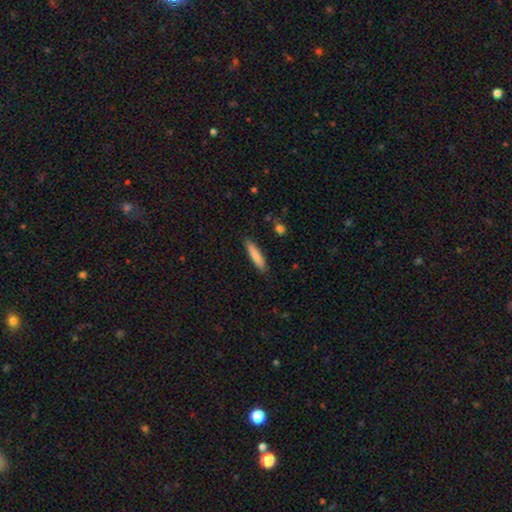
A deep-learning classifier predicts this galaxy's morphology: Smooth or featured?
  - smooth: 82% *
  - featured or disk: 12%
  - star or artifact: 6%
How rounded?
  - cigar-shaped: 87% *
  - in between: 12%
  - round: 1%
Merging?
  - none: 89% *
  - minor disturbance: 8%
  - major disturbance: 2%
  - merger: 1%